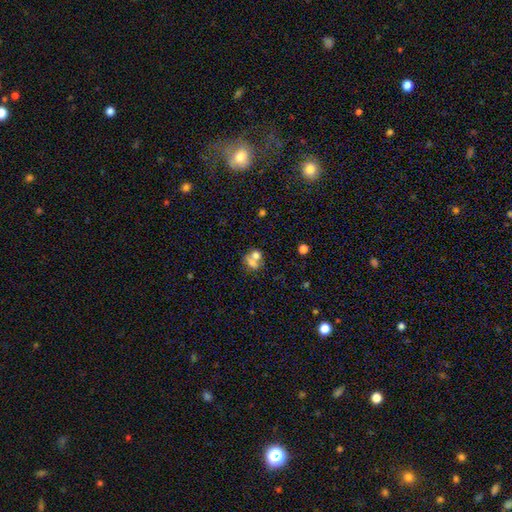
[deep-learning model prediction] The model was most divided on "how rounded": round: 59%, in between: 40%, cigar-shaped: 2%. More confident: smooth or featured — smooth (64%); merging — merger (59%).